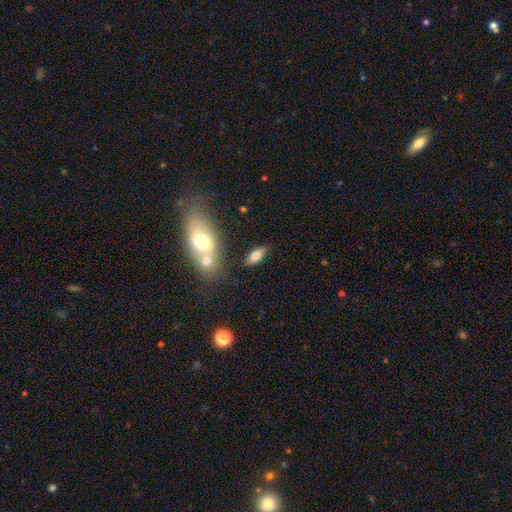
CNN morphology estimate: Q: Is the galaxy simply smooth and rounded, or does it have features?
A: smooth — 72%.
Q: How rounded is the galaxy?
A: in between — 80%.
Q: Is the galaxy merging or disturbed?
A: none — 76%.